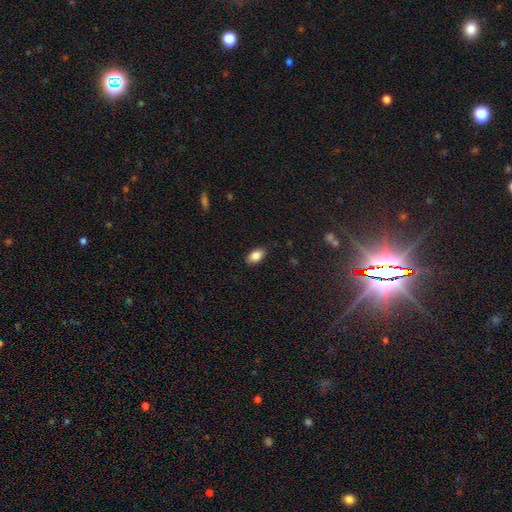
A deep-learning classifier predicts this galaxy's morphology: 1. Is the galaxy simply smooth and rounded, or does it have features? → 85% smooth, 8% star or artifact, 6% featured or disk.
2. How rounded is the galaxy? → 90% in between, 7% round, 2% cigar-shaped.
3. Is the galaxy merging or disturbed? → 86% none, 11% minor disturbance, 2% major disturbance, 1% merger.